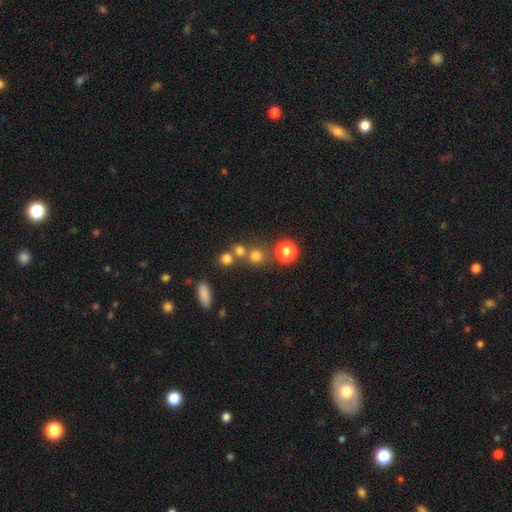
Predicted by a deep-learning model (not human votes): Smooth or featured? smooth (70%)
How rounded? round (87%)
Merging? none (62%)